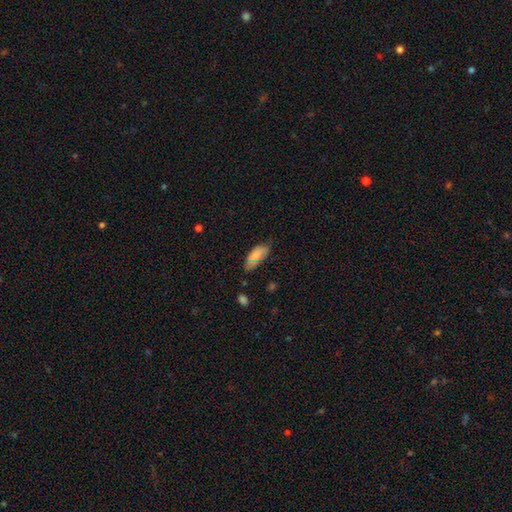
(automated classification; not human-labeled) This is clearly a smooth galaxy (81%). How rounded: clearly in between (84%). Merging: possibly none (59%).